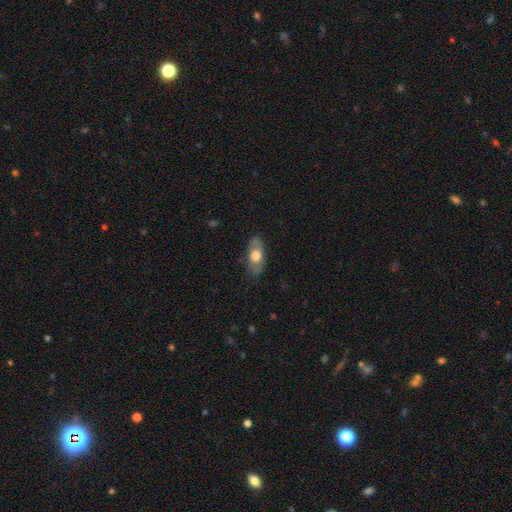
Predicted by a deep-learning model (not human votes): Smooth or featured? smooth (58%)
How rounded? in between (81%)
Merging? none (74%)